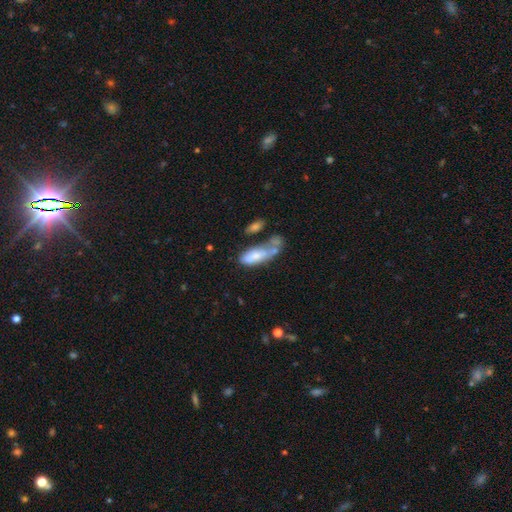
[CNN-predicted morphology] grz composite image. It shows a smooth galaxy with no disk features (65%) that is in between round and cigar-shaped (67%). Merging: merger (37%).